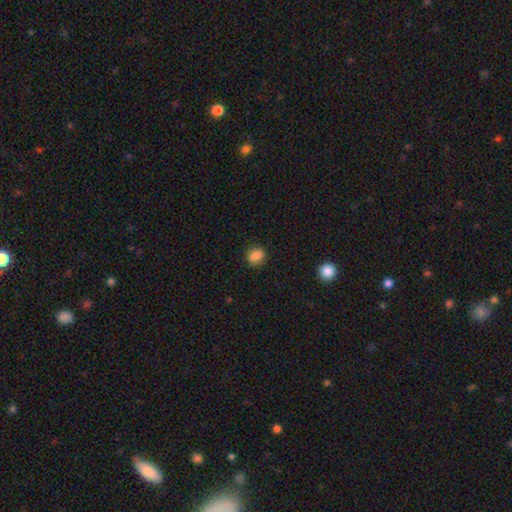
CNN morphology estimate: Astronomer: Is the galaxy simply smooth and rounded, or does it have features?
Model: smooth — 83%.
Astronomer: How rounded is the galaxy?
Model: round — 72%.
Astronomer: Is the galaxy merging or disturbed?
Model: none — 84%.